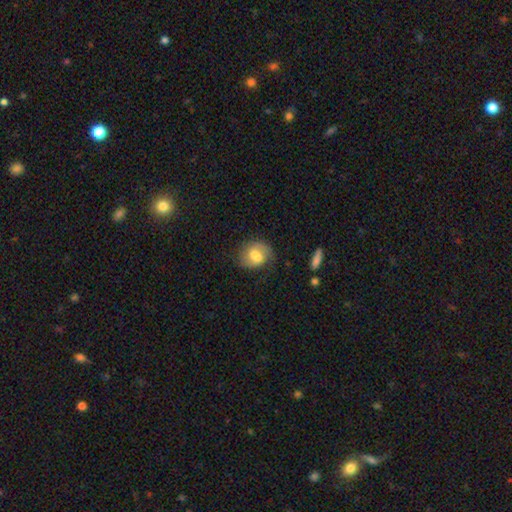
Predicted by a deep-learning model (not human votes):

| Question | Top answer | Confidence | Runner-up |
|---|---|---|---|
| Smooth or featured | smooth | 56% | featured or disk (36%) |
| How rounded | round | 50% | in between (49%) |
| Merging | none | 51% | minor disturbance (25%) |